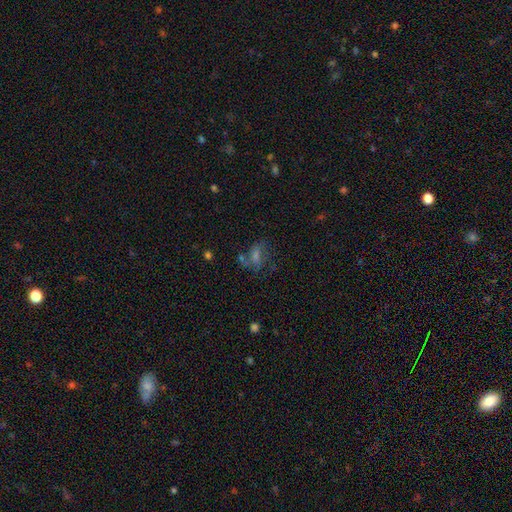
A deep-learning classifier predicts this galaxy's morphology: Q: Smooth or featured?
A: featured or disk (40%); runner-up: smooth (30%)
Q: Merging?
A: none (54%); runner-up: minor disturbance (18%)